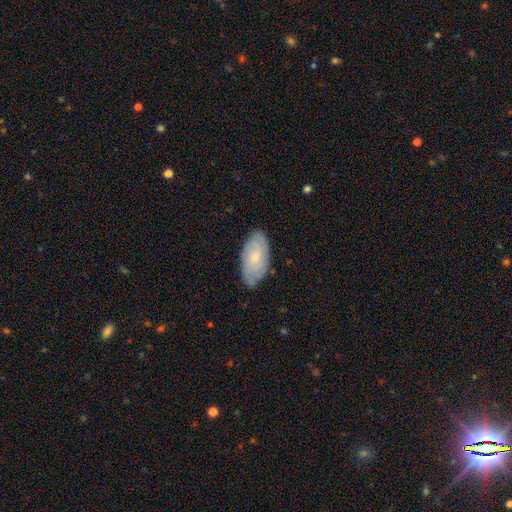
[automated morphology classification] Smooth or featured?
  - smooth: 51% *
  - featured or disk: 42%
  - star or artifact: 7%
How rounded?
  - in between: 92% *
  - cigar-shaped: 5%
  - round: 2%
Merging?
  - none: 80% *
  - minor disturbance: 16%
  - major disturbance: 3%
  - merger: 1%